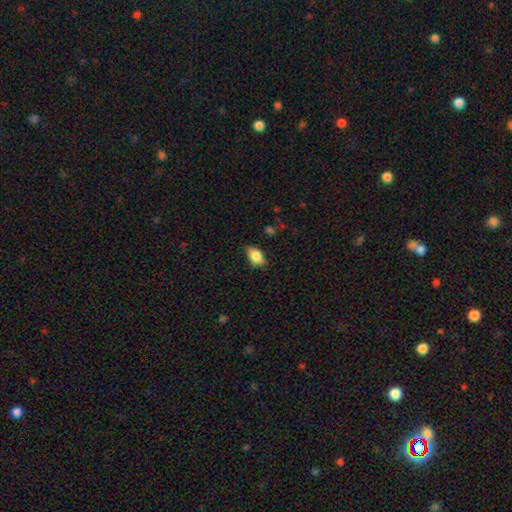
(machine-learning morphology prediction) smooth 83%, featured or disk 10%, star or artifact 7%. Down the decision tree: how rounded — in between (87%); merging — none (71%).